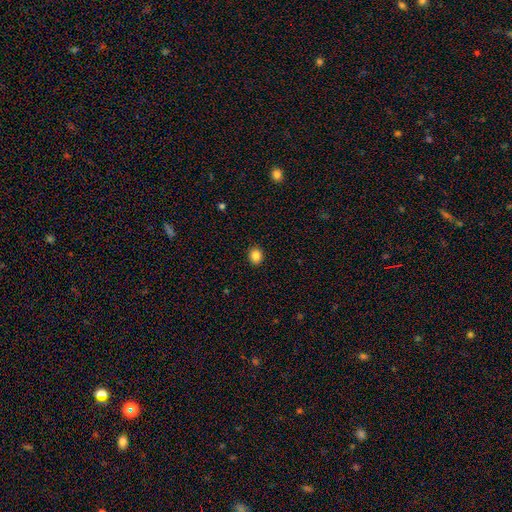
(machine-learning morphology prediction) smooth-or-featured: smooth: 86% | star or artifact: 10% | featured or disk: 4%
  how-rounded: round: 68% | in between: 32% | cigar-shaped: 1%
  merging: none: 91% | minor disturbance: 6% | major disturbance: 2% | merger: 1%